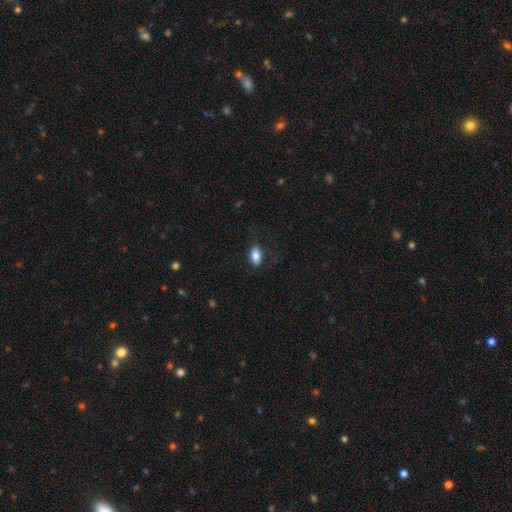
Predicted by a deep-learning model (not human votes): smooth_or_featured: smooth (p=0.85) [alt: star or artifact p=0.08]
how_rounded: in between (p=0.90) [alt: round p=0.07]
merging: none (p=0.81) [alt: minor disturbance p=0.14]